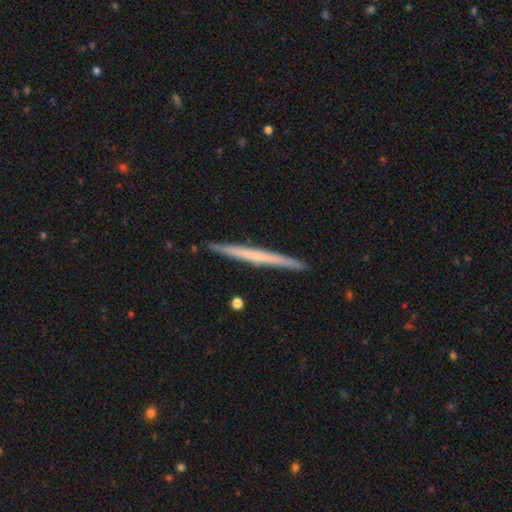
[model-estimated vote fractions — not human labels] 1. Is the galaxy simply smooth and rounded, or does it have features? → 51% featured or disk, 44% smooth, 5% star or artifact.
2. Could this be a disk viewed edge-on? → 98% yes, 2% no.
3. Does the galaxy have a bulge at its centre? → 85% none, 11% rounded, 4% boxy.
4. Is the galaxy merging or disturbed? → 92% none, 6% minor disturbance, 1% merger, 1% major disturbance.